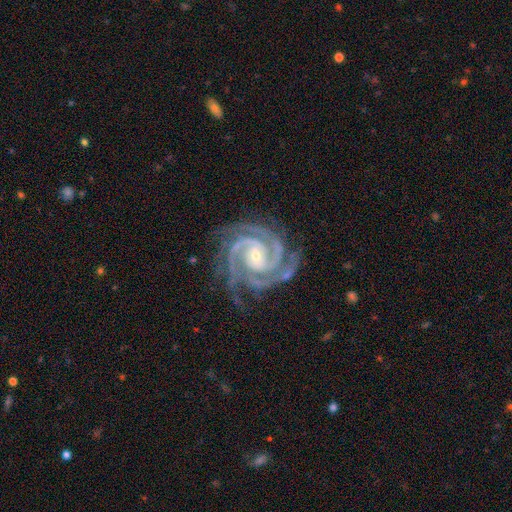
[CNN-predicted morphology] Q: Smooth or featured?
A: featured or disk (94%); runner-up: star or artifact (4%)
Q: Edge-on disk?
A: no (98%); runner-up: yes (2%)
Q: Bar?
A: no (52%); runner-up: weak (28%)
Q: Spiral arms?
A: yes (99%); runner-up: no (1%)
Q: Spiral winding?
A: tight (74%); runner-up: medium (24%)
Q: Spiral arm count?
A: 3 (41%); runner-up: 2 (23%)
Q: Bulge size?
A: small (74%); runner-up: moderate (23%)
Q: Merging?
A: none (77%); runner-up: minor disturbance (16%)